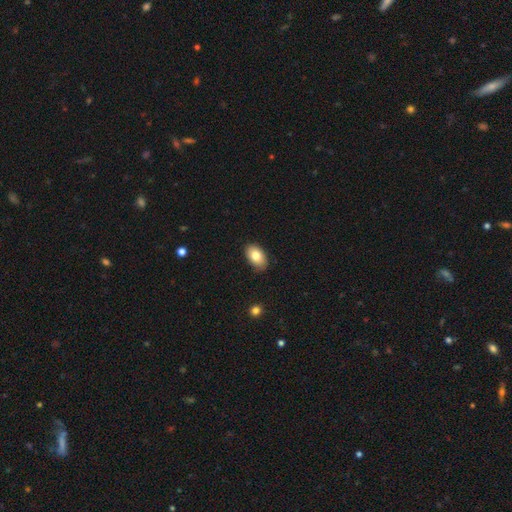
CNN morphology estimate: This appears to be a smooth galaxy with no disk features (80%) that is in between round and cigar-shaped (90%). Merging: none (83%).